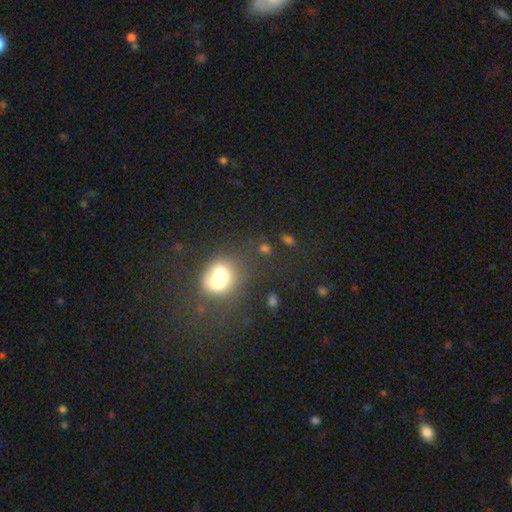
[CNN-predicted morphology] A smooth galaxy with no disk features (54%) that is round (68%).

Vote fractions:
- Smooth or featured? smooth: 54% / star or artifact: 36% / featured or disk: 10%
- How rounded? round: 68% / in between: 30% / cigar-shaped: 2%
- Merging? none: 72% / minor disturbance: 14% / major disturbance: 10% / merger: 5%